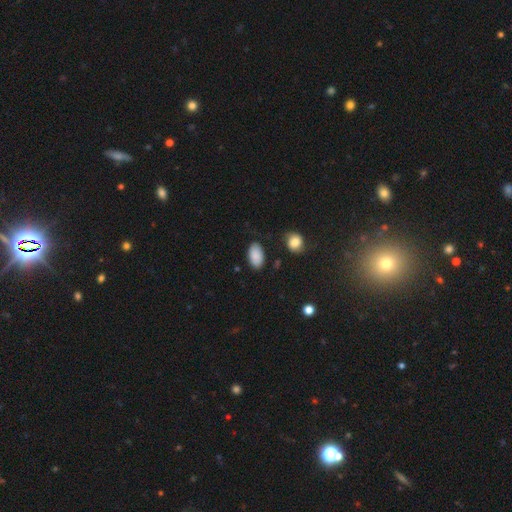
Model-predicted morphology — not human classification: Overall: smooth (87%). How rounded: in between (93%). Merging: none (80%).